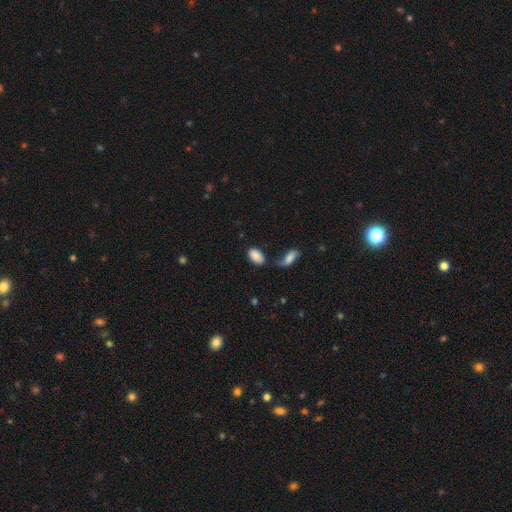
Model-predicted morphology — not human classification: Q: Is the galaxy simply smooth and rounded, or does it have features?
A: smooth — 86%.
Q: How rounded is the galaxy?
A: in between — 94%.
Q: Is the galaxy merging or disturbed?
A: none — 51%.